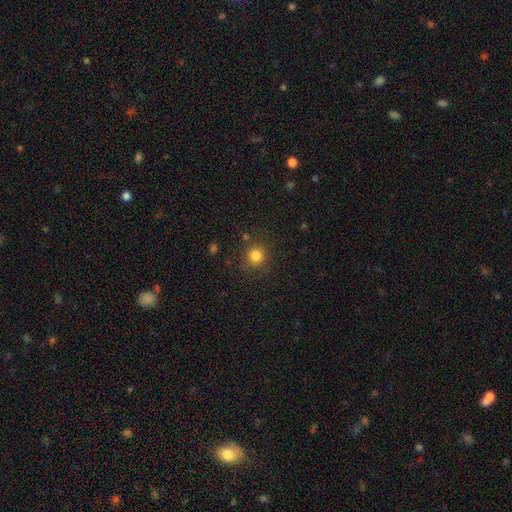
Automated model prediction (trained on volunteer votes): Smooth or featured? Predicted: smooth (p=0.82). How rounded? Predicted: round (p=0.92). Merging? Predicted: none (p=0.85).